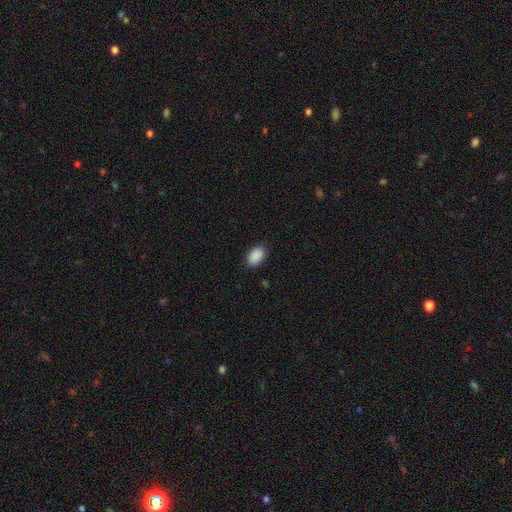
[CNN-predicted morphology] A smooth galaxy with no disk features (90%) that is in between round and cigar-shaped (90%). Merging: none (86%).